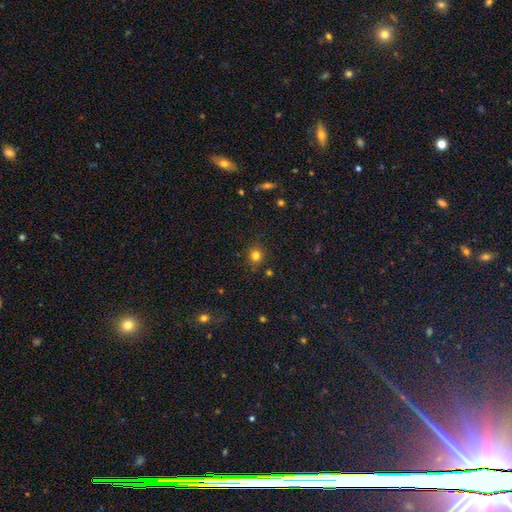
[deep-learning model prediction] Smooth or featured: smooth — 77% (star or artifact — 17%)
How rounded: round — 86% (in between — 13%)
Merging: none — 85% (minor disturbance — 10%)